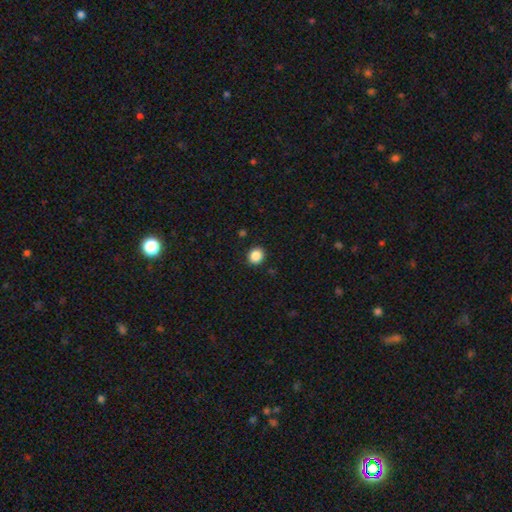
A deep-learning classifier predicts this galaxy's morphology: Overall: smooth (87%). How rounded: round (82%). Merging: none (91%).